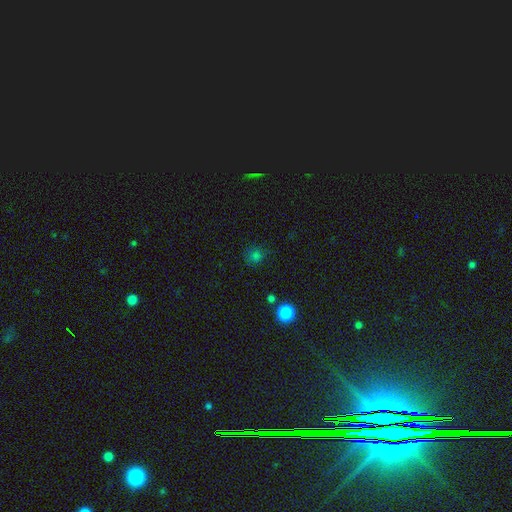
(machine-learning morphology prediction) This appears to be a smooth galaxy with no disk features (73%) that is round (86%). Merging: none (78%).